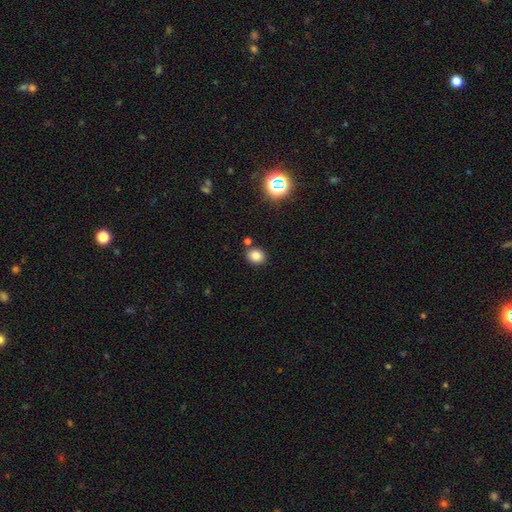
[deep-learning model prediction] The model was most divided on "how rounded": round: 65%, in between: 34%, cigar-shaped: 1%. More confident: merging — none (81%); smooth or featured — smooth (81%).